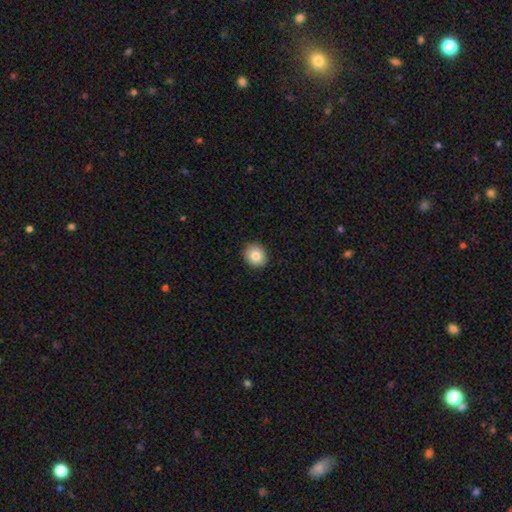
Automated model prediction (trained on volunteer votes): smooth_or_featured: smooth (p=0.83) [alt: star or artifact p=0.09]
how_rounded: round (p=0.73) [alt: in between p=0.26]
merging: none (p=0.89) [alt: minor disturbance p=0.08]